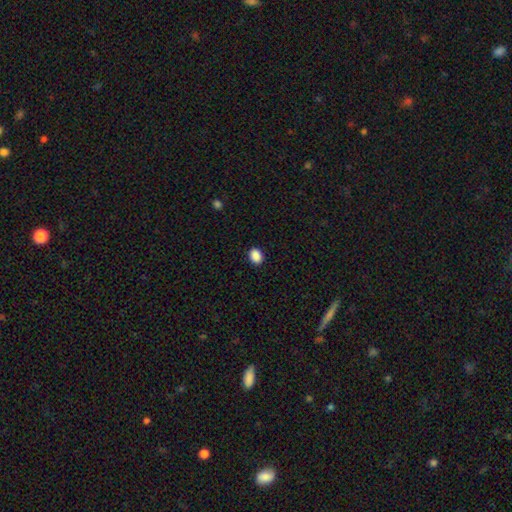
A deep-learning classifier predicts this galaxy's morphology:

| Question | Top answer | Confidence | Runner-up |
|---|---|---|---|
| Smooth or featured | smooth | 89% | star or artifact (9%) |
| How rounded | in between | 60% | round (39%) |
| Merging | none | 90% | minor disturbance (7%) |